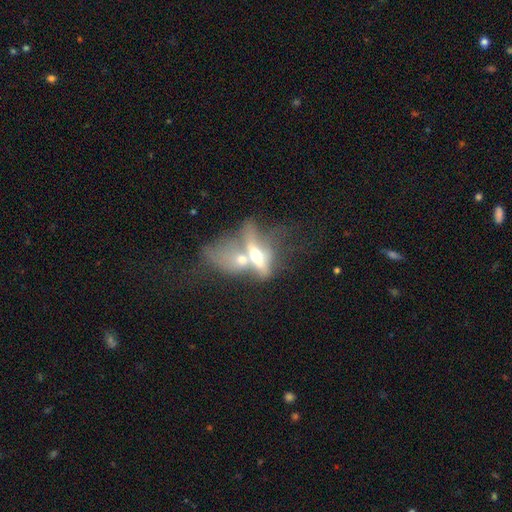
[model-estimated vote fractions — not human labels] smooth-or-featured: featured or disk: 52% | smooth: 38% | star or artifact: 10%
  disk-edge-on: no: 57% | yes: 43%
  merging: merger: 67% | major disturbance: 16% | none: 11% | minor disturbance: 7%